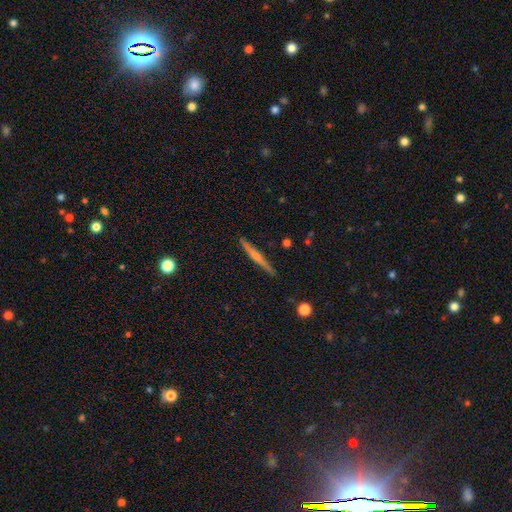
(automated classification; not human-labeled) A featured or disk galaxy (54%) viewed edge-on (98%) with a rounded central bulge (52%). Merging: none (89%).